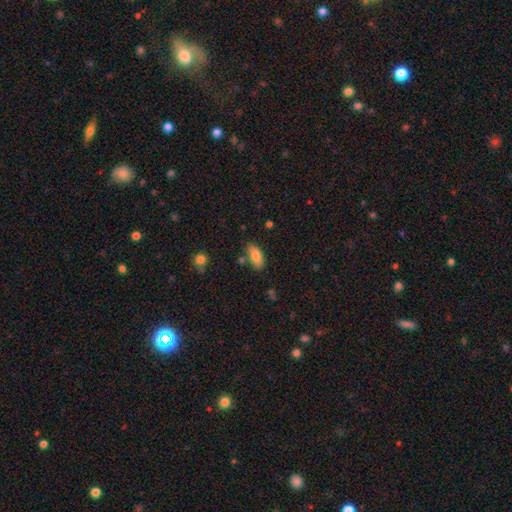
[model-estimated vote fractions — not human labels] smooth_or_featured: smooth (p=0.82) [alt: featured or disk p=0.10]
how_rounded: in between (p=0.89) [alt: cigar-shaped p=0.08]
merging: none (p=0.76) [alt: minor disturbance p=0.14]